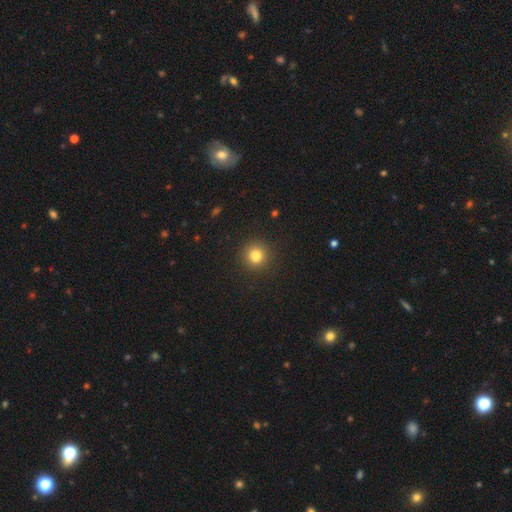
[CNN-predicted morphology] Smooth or featured?
  - smooth: 82% *
  - star or artifact: 12%
  - featured or disk: 6%
How rounded?
  - round: 92% *
  - in between: 7%
  - cigar-shaped: 1%
Merging?
  - none: 90% *
  - minor disturbance: 6%
  - major disturbance: 2%
  - merger: 1%